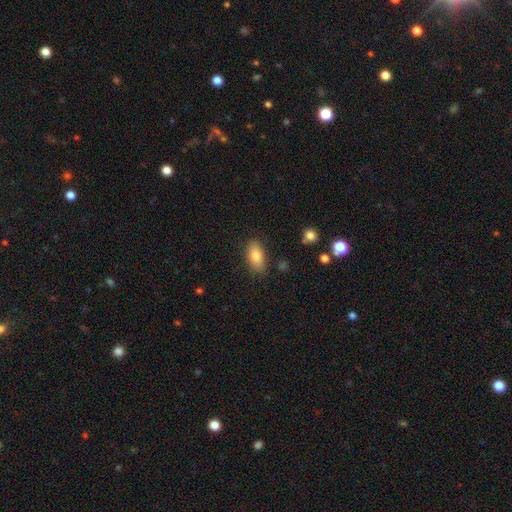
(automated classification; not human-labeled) Smooth or featured?
  - smooth: 83% *
  - featured or disk: 10%
  - star or artifact: 8%
How rounded?
  - in between: 88% *
  - cigar-shaped: 8%
  - round: 4%
Merging?
  - none: 84% *
  - minor disturbance: 12%
  - major disturbance: 3%
  - merger: 2%